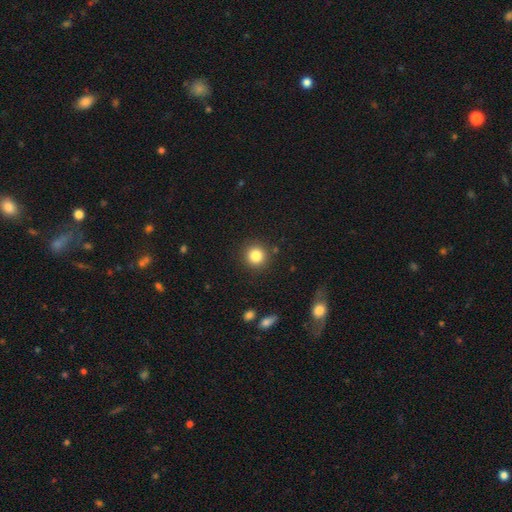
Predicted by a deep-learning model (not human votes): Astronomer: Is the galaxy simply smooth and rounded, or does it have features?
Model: smooth — 85%.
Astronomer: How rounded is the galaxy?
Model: round — 92%.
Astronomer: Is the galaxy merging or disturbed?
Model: none — 89%.